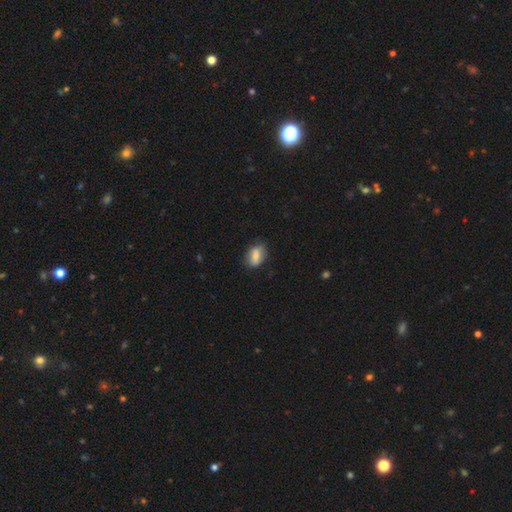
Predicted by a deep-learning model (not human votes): smooth-or-featured: smooth: 70% | featured or disk: 23% | star or artifact: 8%
  how-rounded: in between: 83% | round: 13% | cigar-shaped: 3%
  merging: none: 75% | minor disturbance: 19% | major disturbance: 4% | merger: 2%